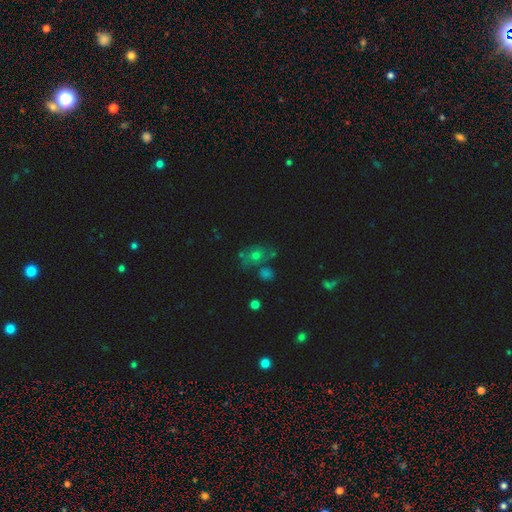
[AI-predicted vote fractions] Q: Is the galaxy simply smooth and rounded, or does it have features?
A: smooth — 52%.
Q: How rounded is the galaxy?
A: round — 55%.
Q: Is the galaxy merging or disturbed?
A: none — 54%.